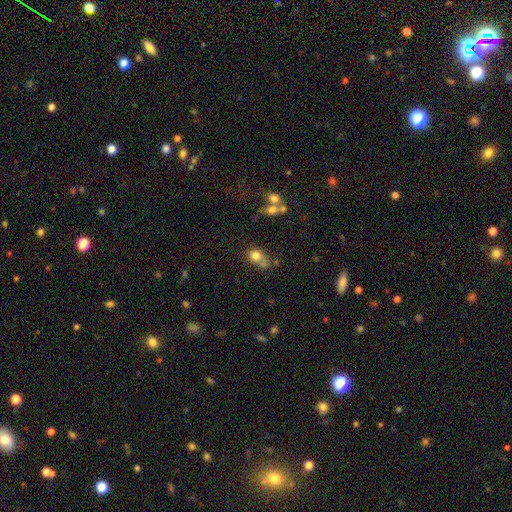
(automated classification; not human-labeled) Smooth or featured?
  - smooth: 77% *
  - star or artifact: 12%
  - featured or disk: 11%
How rounded?
  - round: 60% *
  - in between: 38%
  - cigar-shaped: 2%
Merging?
  - none: 42% *
  - merger: 30%
  - minor disturbance: 18%
  - major disturbance: 9%